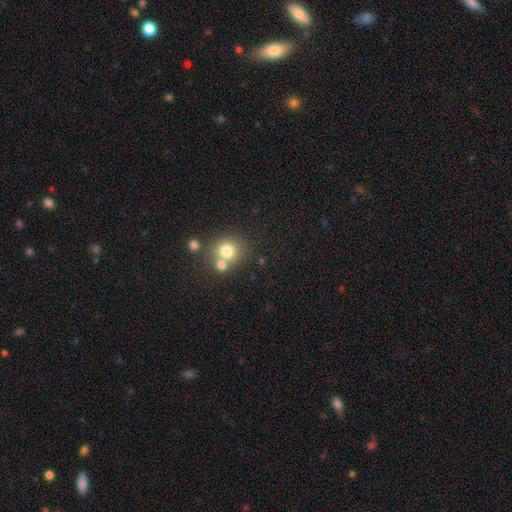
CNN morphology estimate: The model was most divided on "smooth or featured": smooth: 56%, star or artifact: 34%, featured or disk: 10%. More confident: how rounded — round (82%); merging — none (61%).